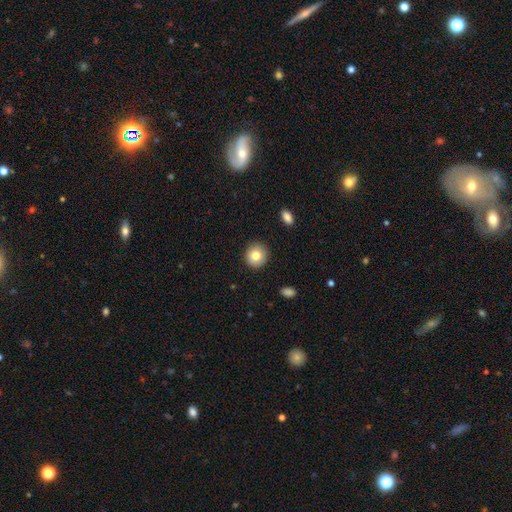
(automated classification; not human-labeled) Morphology: type=smooth (81%); roundness=round (88%); merging=none (90%).